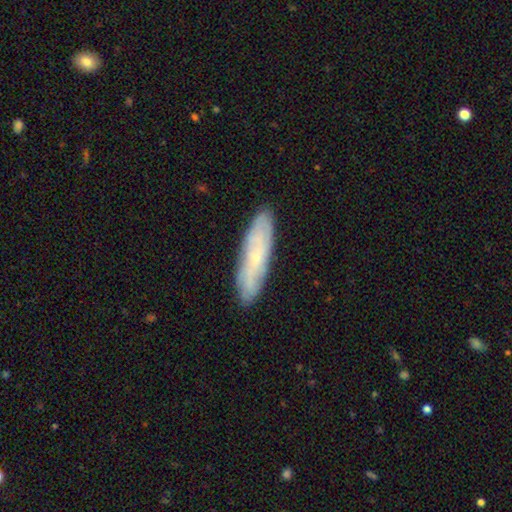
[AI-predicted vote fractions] A featured or disk galaxy (52%). Merging: none (87%).